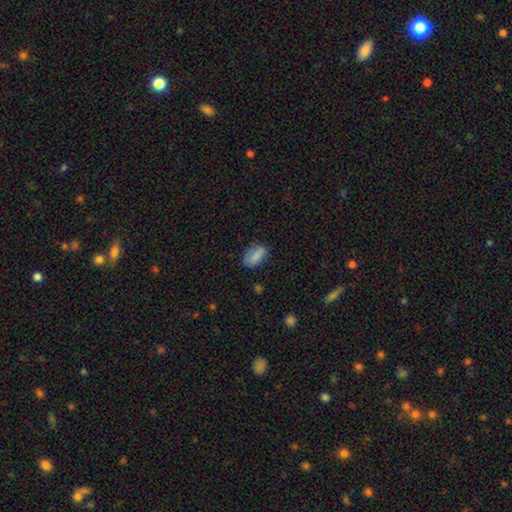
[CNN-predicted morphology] A smooth galaxy with no disk features (84%) that is in between round and cigar-shaped (90%).

Vote fractions:
- Smooth or featured? smooth: 84% / star or artifact: 8% / featured or disk: 8%
- How rounded? in between: 90% / round: 7% / cigar-shaped: 3%
- Merging? none: 72% / minor disturbance: 21% / major disturbance: 5% / merger: 2%